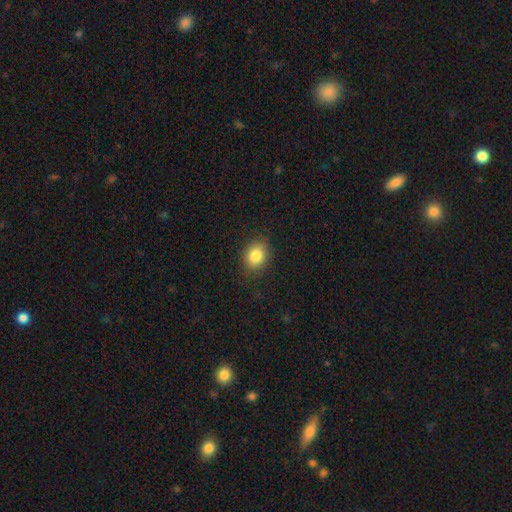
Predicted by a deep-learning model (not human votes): This is clearly a smooth galaxy (83%). How rounded: possibly round (50%). Merging: clearly none (86%).